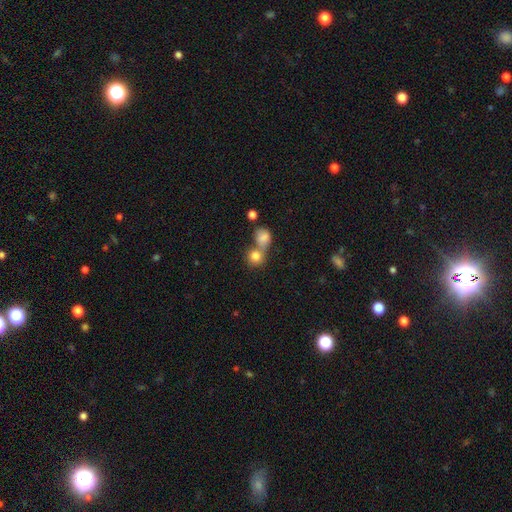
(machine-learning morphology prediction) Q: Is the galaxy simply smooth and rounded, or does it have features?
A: smooth — 82%.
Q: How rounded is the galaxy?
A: round — 82%.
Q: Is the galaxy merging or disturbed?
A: merger — 52%.